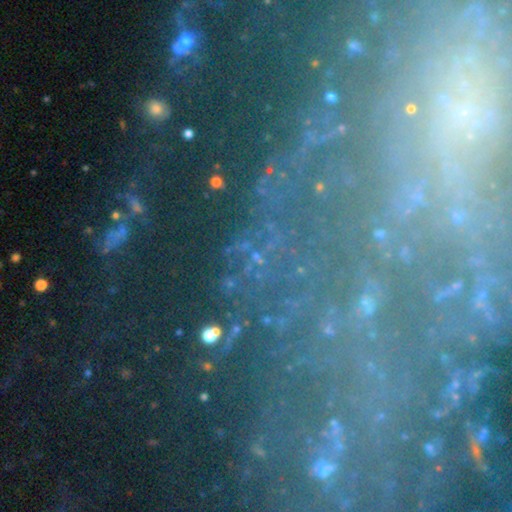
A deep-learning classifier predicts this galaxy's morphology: type=star or artifact (60%).